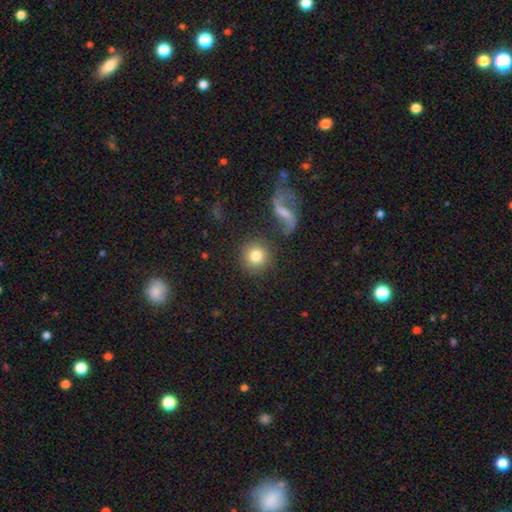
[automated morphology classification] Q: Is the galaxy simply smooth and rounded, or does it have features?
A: smooth — 78%.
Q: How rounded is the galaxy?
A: round — 93%.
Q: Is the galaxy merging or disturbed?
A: none — 82%.